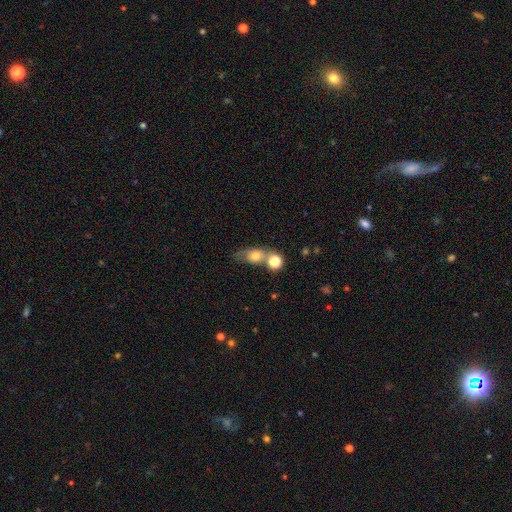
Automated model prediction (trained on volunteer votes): This appears to be a smooth galaxy with no disk features (64%) that is in between round and cigar-shaped (53%). Merging: none (40%).